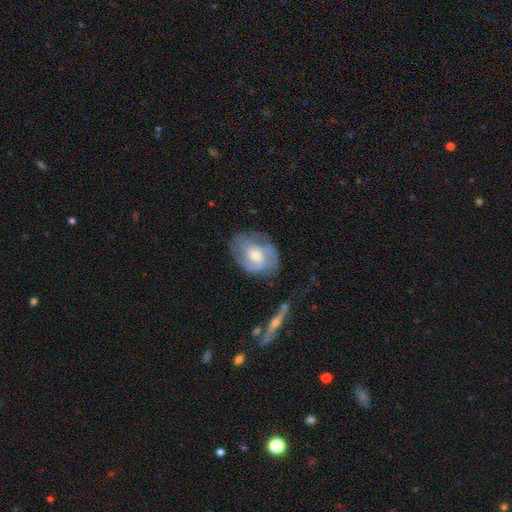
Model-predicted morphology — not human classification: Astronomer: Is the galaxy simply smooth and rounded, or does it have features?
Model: featured or disk — 74%.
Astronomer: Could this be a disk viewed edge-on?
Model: no — 96%.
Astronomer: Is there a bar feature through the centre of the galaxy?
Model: no — 61%.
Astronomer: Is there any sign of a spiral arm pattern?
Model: yes — 88%.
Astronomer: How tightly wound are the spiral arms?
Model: tight — 45% (runner-up: medium, 40%).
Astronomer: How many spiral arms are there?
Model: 2 — 35% (runner-up: can't tell, 29%).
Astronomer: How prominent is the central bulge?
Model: moderate — 64%.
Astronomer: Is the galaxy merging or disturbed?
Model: none — 65%.